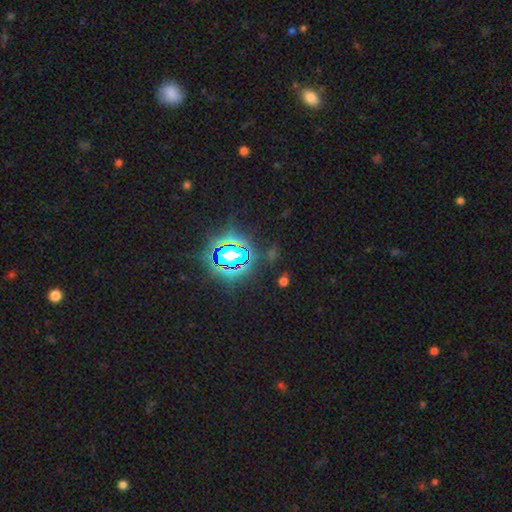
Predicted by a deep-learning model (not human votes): Smooth or featured? star or artifact (81%)